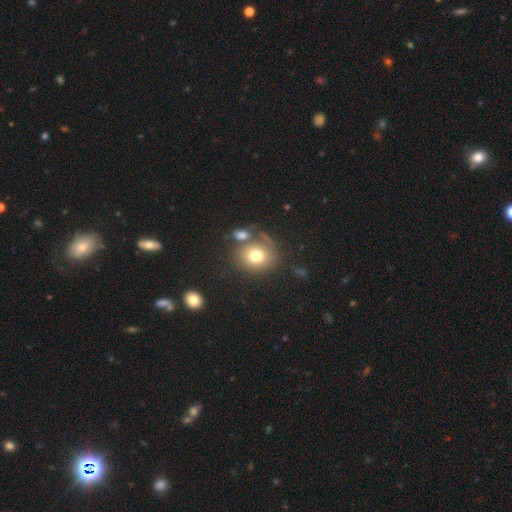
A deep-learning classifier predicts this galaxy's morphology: type=smooth (73%); roundness=round (73%); merging=none (58%).